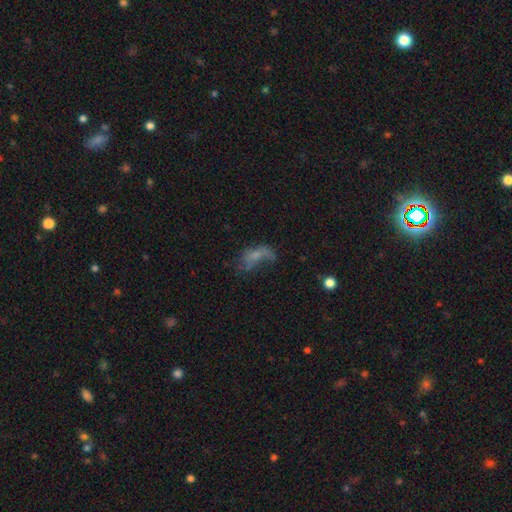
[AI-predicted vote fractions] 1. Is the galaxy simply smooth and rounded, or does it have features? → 45% featured or disk, 39% smooth, 16% star or artifact.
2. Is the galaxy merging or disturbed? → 45% major disturbance, 28% none, 19% minor disturbance, 8% merger.